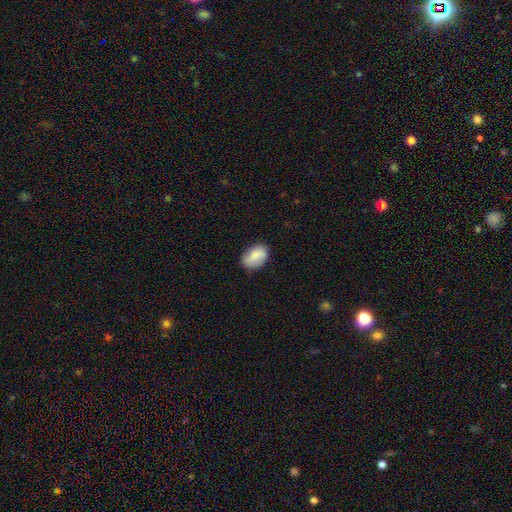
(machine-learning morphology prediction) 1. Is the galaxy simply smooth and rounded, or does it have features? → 79% smooth, 14% featured or disk, 7% star or artifact.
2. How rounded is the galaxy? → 85% in between, 14% round, 2% cigar-shaped.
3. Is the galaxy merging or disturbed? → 80% none, 16% minor disturbance, 3% major disturbance, 1% merger.